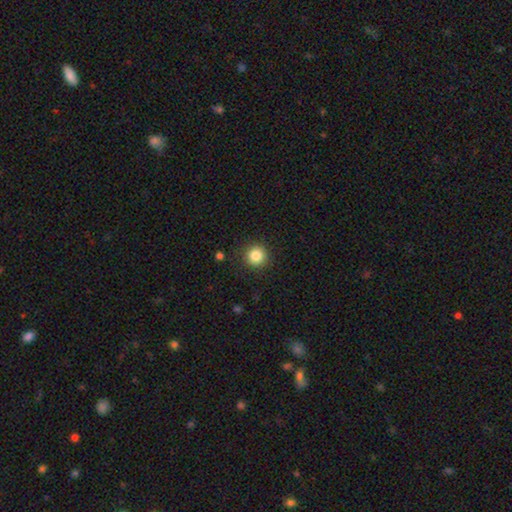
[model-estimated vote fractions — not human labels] Morphology: type=smooth (85%); roundness=round (95%); merging=none (90%).